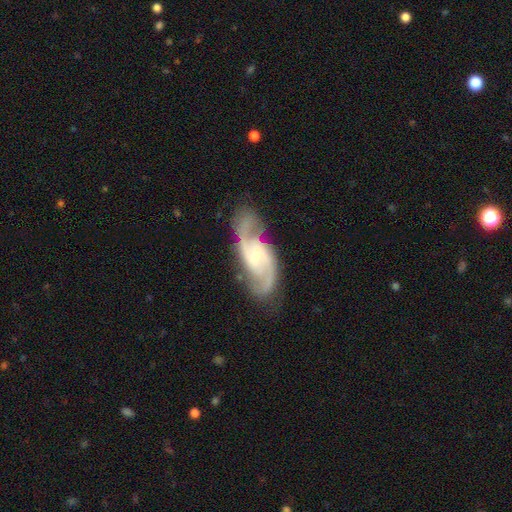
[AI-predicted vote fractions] Morphology: type=featured or disk (90%); edge-on=no (96%); bar=no (44%); spiral arms=yes (98%); winding=medium (57%); arm count=2 (90%); bulge=small (64%); merging=none (77%).